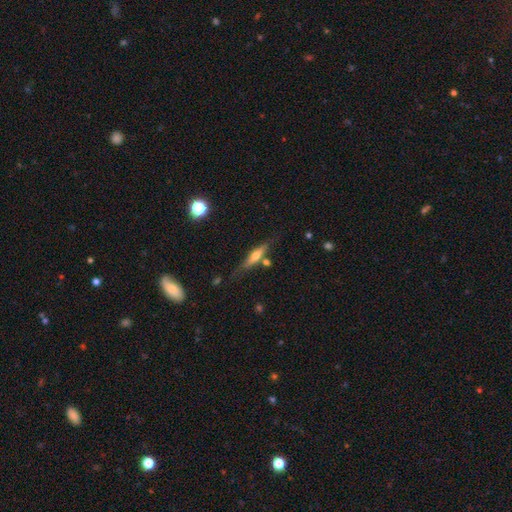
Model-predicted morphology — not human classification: This appears to be a featured or disk galaxy (53%) viewed edge-on (91%). Merging: none (71%).